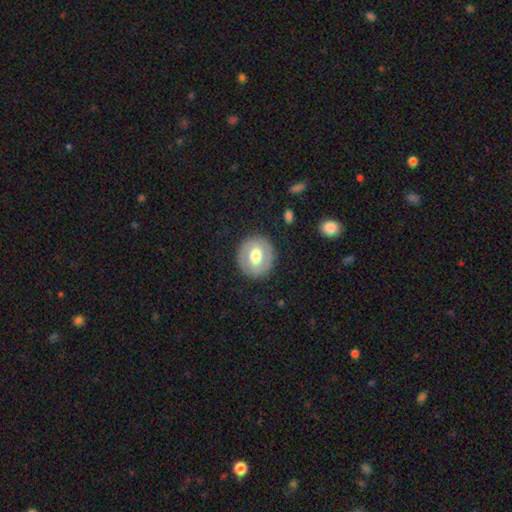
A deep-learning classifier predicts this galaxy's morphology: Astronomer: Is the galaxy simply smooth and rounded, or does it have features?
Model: smooth — 54% (runner-up: featured or disk, 40%).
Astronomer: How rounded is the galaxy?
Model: round — 87%.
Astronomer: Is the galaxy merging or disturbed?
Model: none — 86%.